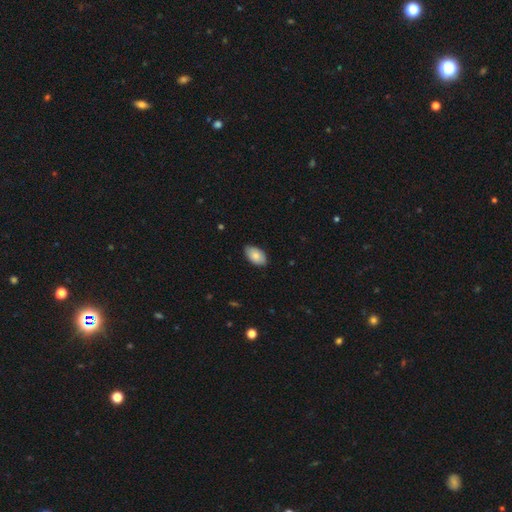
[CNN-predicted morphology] type=smooth (83%); roundness=in between (94%); merging=none (84%).